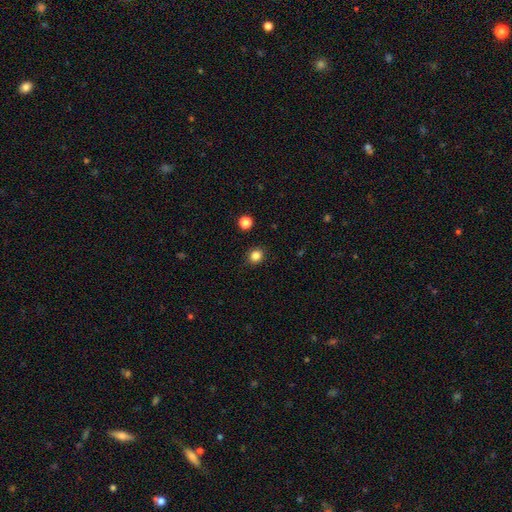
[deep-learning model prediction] This appears to be a smooth galaxy with no disk features (84%) that is round (76%). Merging: none (89%).